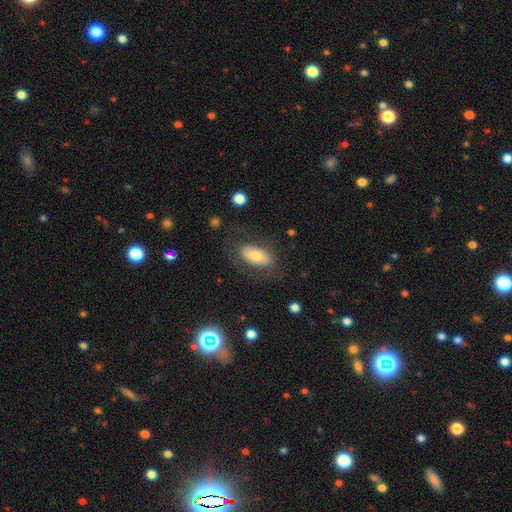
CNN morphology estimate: Smooth or featured: smooth — 60% (featured or disk — 32%)
How rounded: in between — 91% (cigar-shaped — 5%)
Merging: none — 70% (minor disturbance — 16%)